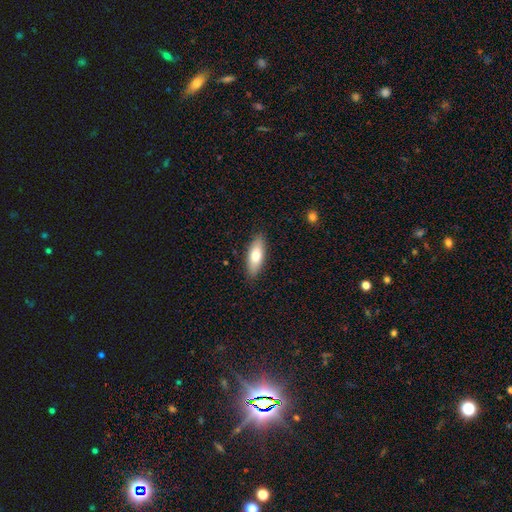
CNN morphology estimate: Smooth or featured: smooth — 75% (featured or disk — 19%)
How rounded: in between — 67% (cigar-shaped — 31%)
Merging: none — 87% (minor disturbance — 10%)